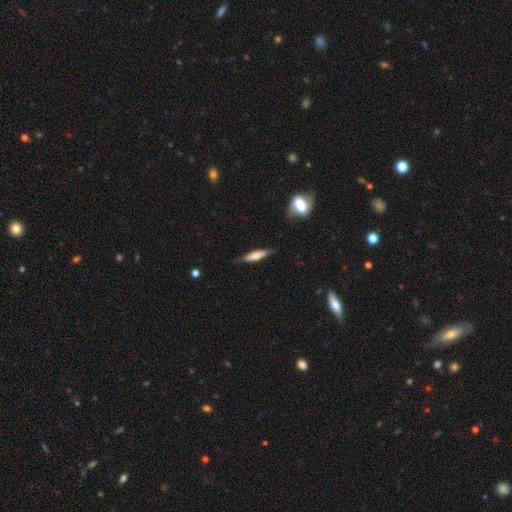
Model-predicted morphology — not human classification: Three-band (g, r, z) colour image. It shows a smooth galaxy with no disk features (56%) that is cigar-shaped (79%). Merging: none (81%).